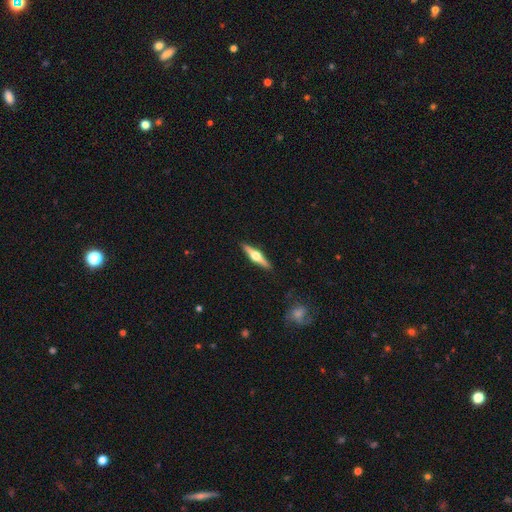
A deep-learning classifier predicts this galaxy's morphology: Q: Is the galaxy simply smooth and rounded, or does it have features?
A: featured or disk — 70%.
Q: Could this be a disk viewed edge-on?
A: yes — 97%.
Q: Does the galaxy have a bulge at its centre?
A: rounded — 95%.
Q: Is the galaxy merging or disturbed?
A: none — 90%.